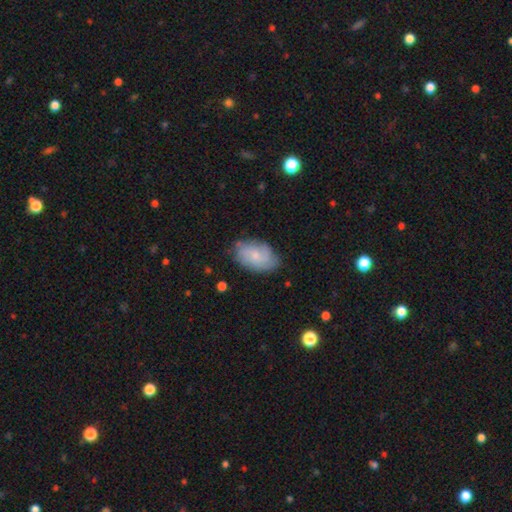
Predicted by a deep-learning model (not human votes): A smooth galaxy with no disk features (47%). Merging: none (74%).